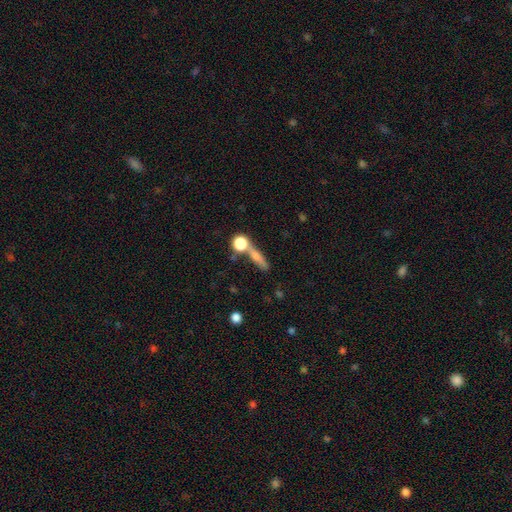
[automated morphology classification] type=smooth (61%); roundness=cigar-shaped (60%); merging=none (54%).